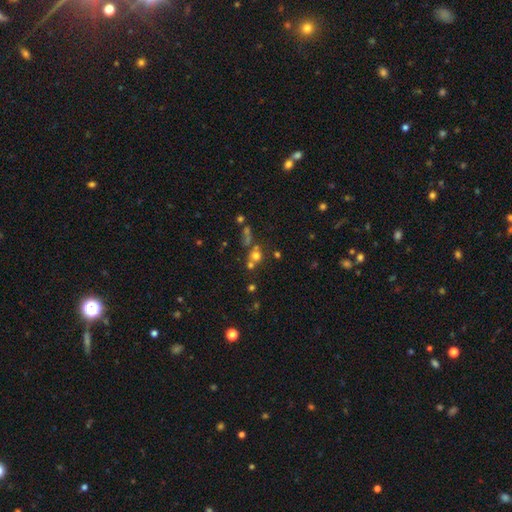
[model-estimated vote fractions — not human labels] Smooth or featured? Predicted: smooth (p=0.56). How rounded? Predicted: round (p=0.86). Merging? Predicted: none (p=0.51).